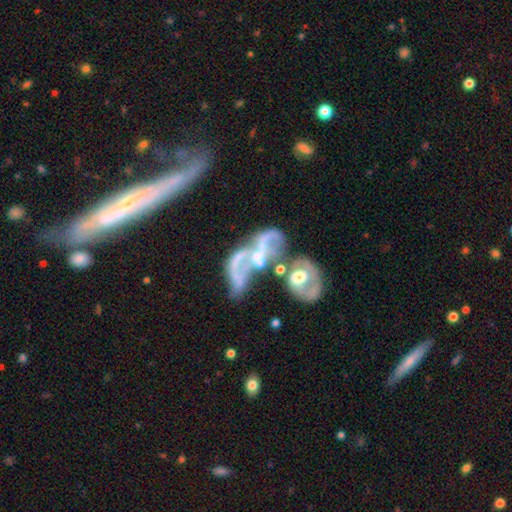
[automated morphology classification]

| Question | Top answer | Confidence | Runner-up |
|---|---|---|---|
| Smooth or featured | featured or disk | 68% | smooth (20%) |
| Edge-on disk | no | 88% | yes (12%) |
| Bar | no | 70% | weak (20%) |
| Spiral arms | no | 53% | yes (47%) |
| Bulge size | moderate | 35% | small (32%) |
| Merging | merger | 47% | major disturbance (25%) |